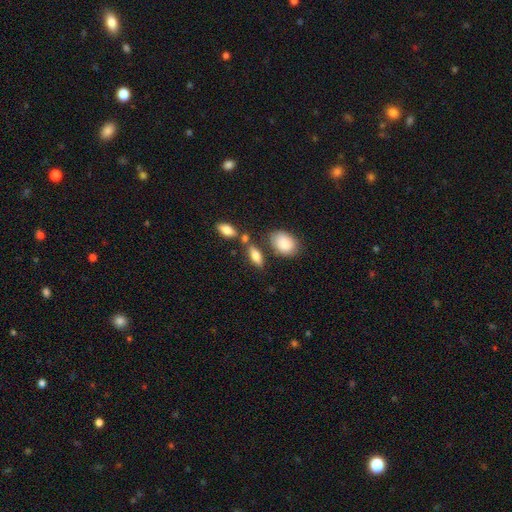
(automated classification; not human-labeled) smooth_or_featured: smooth (p=0.72) [alt: featured or disk p=0.20]
how_rounded: in between (p=0.75) [alt: cigar-shaped p=0.20]
merging: none (p=0.66) [alt: merger p=0.15]